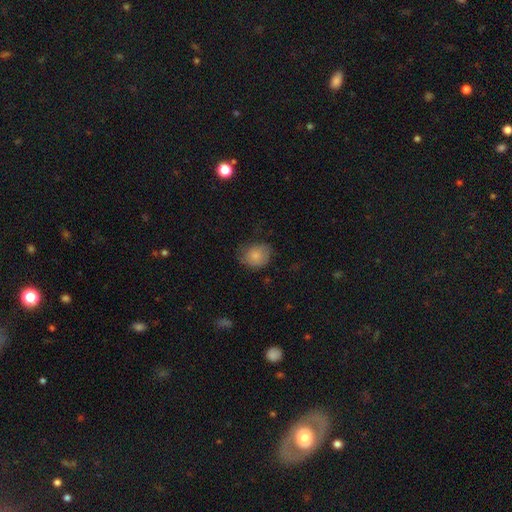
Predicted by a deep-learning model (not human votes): smooth 79%, featured or disk 13%, star or artifact 7%. Down the decision tree: how rounded — round (61%); merging — none (61%).